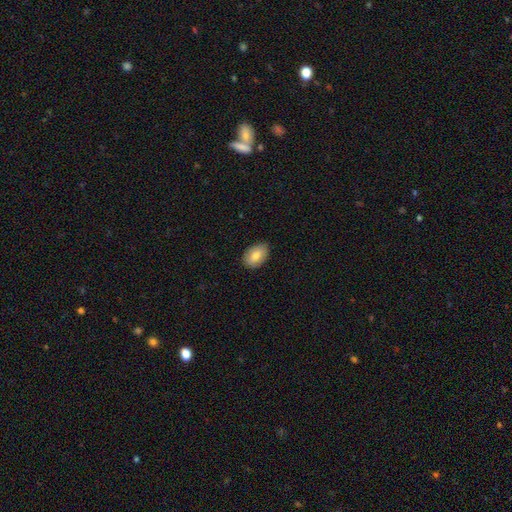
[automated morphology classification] Smooth or featured? Predicted: smooth (p=0.80). How rounded? Predicted: in between (p=0.89). Merging? Predicted: none (p=0.86).